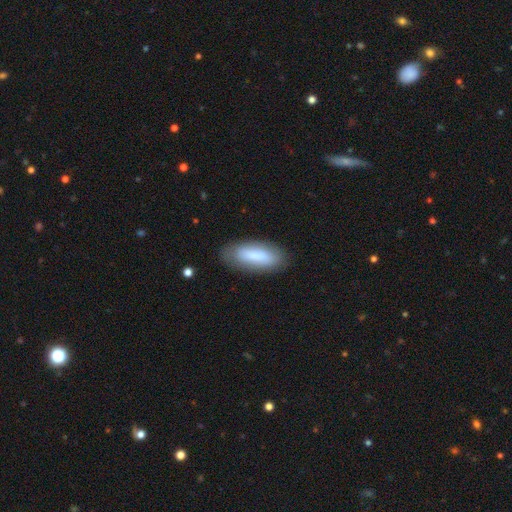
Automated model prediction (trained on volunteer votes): Morphology: type=smooth (78%); roundness=in between (72%); merging=none (81%).